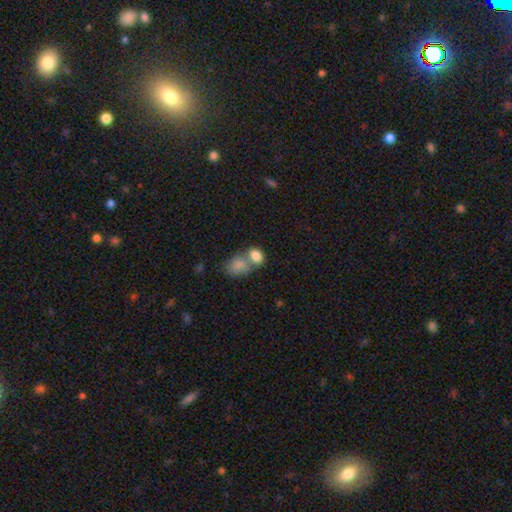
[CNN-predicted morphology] Smooth or featured? smooth (83%)
How rounded? in between (73%)
Merging? merger (55%)